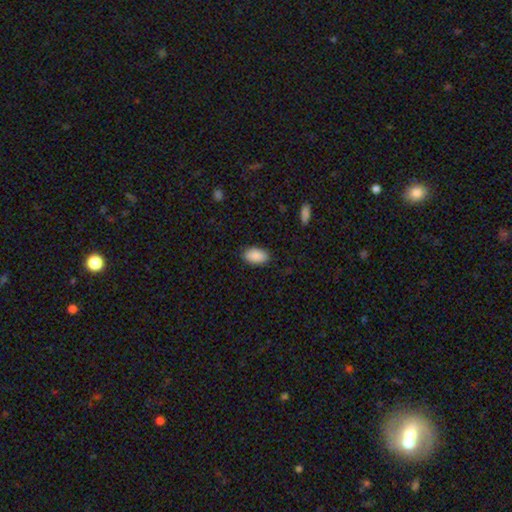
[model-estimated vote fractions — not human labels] Smooth or featured? smooth (90%)
How rounded? in between (94%)
Merging? none (88%)